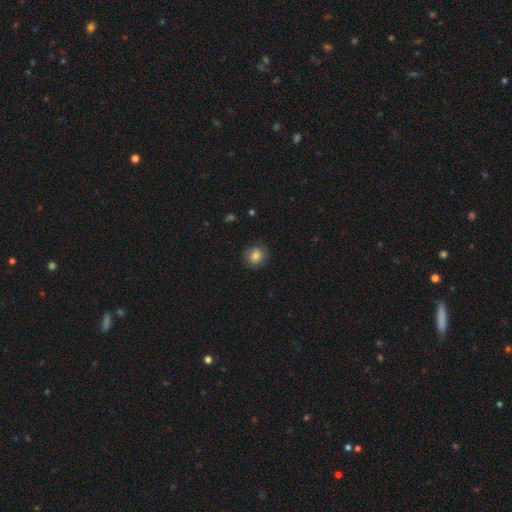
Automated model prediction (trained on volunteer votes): Q: Smooth or featured?
A: smooth (82%); runner-up: star or artifact (9%)
Q: How rounded?
A: round (84%); runner-up: in between (15%)
Q: Merging?
A: none (85%); runner-up: minor disturbance (11%)